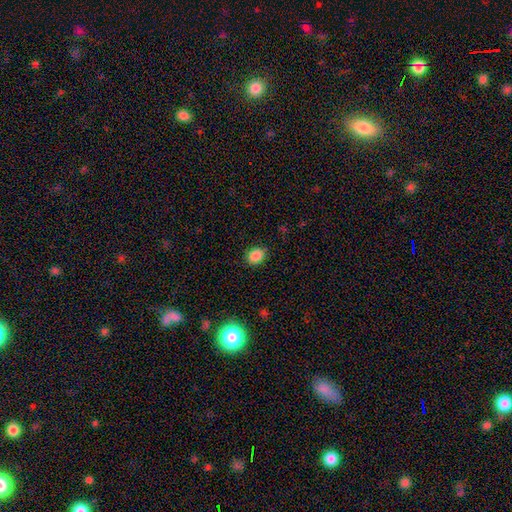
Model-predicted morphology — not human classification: smooth 86%, star or artifact 10%, featured or disk 4%. Down the decision tree: how rounded — in between (51%); merging — none (85%).